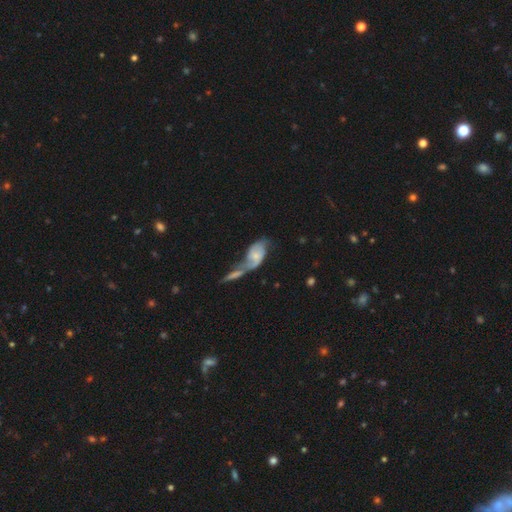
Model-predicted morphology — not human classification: A featured or disk galaxy (58%) with no bar (66%), spiral arms (80%) and a small central bulge (55%). Merging: merger (62%).